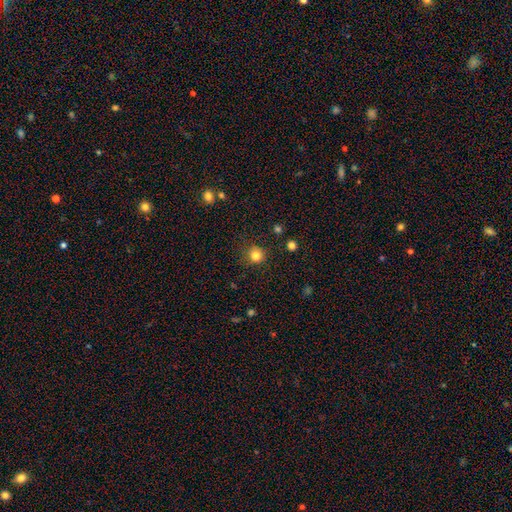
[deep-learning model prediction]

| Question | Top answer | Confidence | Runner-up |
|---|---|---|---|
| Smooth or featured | smooth | 82% | star or artifact (13%) |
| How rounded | round | 93% | in between (6%) |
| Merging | none | 85% | minor disturbance (11%) |